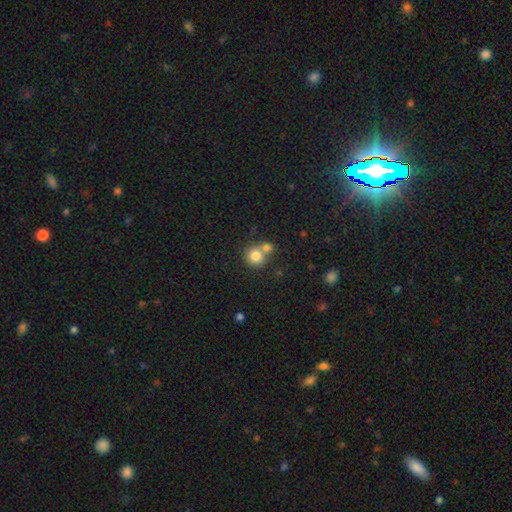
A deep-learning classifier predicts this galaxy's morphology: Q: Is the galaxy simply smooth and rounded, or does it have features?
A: smooth — 81%.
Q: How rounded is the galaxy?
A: round — 88%.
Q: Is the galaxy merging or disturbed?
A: none — 49%.